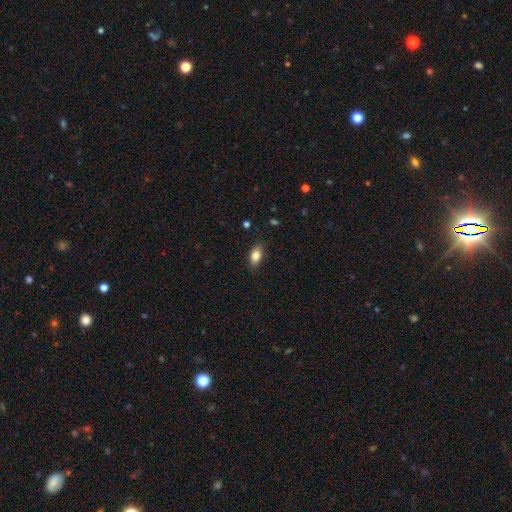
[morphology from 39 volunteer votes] Q: Smooth or featured?
A: smooth (72%); runner-up: featured or disk (23%)
Q: How rounded?
A: in between (93%); runner-up: round (7%)
Q: Merging?
A: none (89%); runner-up: minor disturbance (8%)